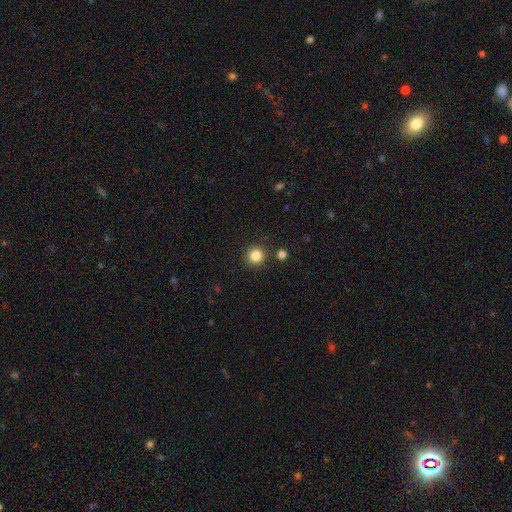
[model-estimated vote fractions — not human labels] This is clearly a smooth galaxy (84%). How rounded: clearly round (95%). Merging: clearly none (89%).